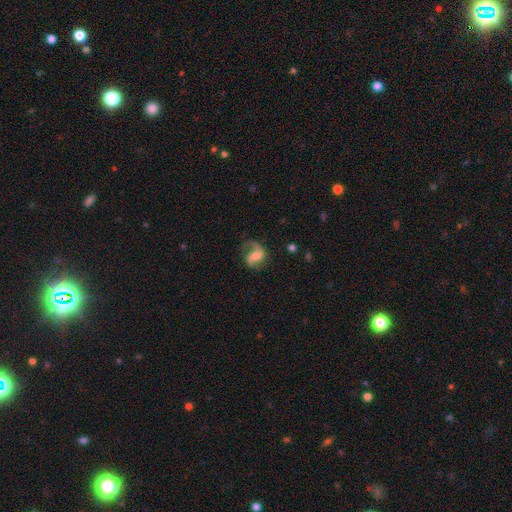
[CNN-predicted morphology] Smooth or featured? Predicted: featured or disk (p=0.81). Edge-on disk? Predicted: no (p=0.98). Bar? Predicted: weak (p=0.44). Spiral arms? Predicted: yes (p=0.95). Spiral winding? Predicted: loose (p=0.51). Spiral arm count? Predicted: 2 (p=0.71). Bulge size? Predicted: moderate (p=0.38). Merging? Predicted: none (p=0.58).